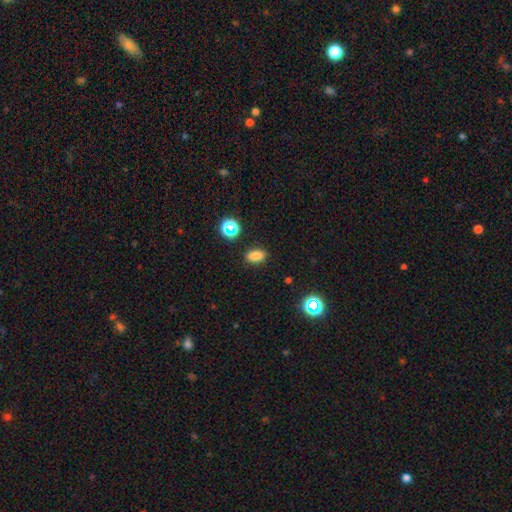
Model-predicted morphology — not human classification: This is likely a smooth galaxy (78%). How rounded: clearly in between (83%). Merging: clearly none (86%).